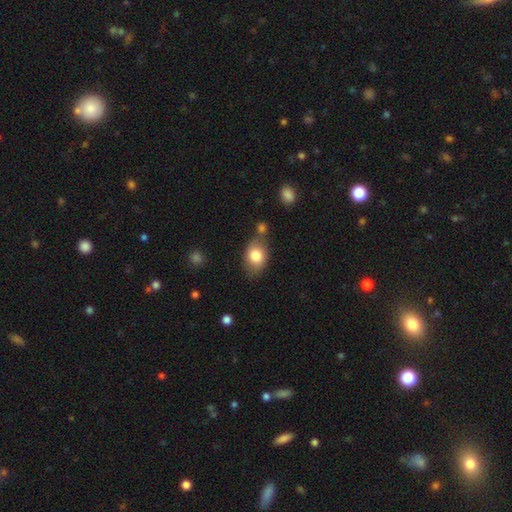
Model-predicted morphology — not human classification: Smooth or featured? Predicted: smooth (p=0.81). How rounded? Predicted: in between (p=0.76). Merging? Predicted: none (p=0.63).